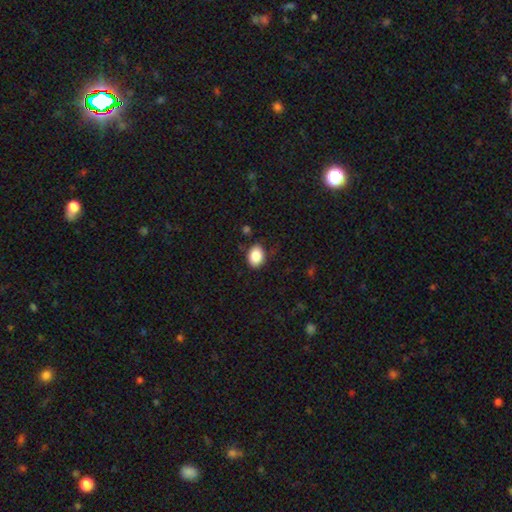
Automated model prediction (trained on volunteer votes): Smooth or featured? Predicted: smooth (p=0.87). How rounded? Predicted: in between (p=0.74). Merging? Predicted: none (p=0.80).